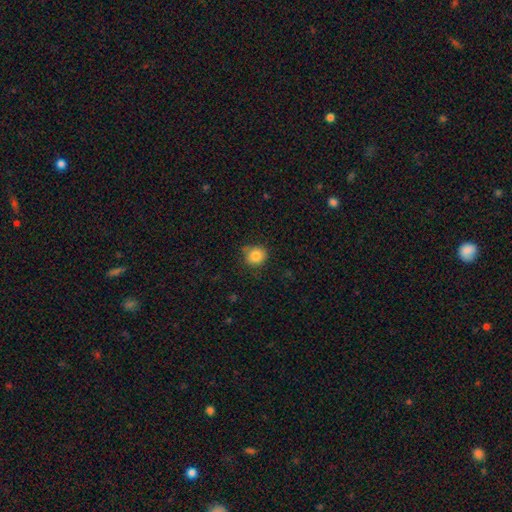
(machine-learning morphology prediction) type=smooth (85%); roundness=round (86%); merging=none (77%).